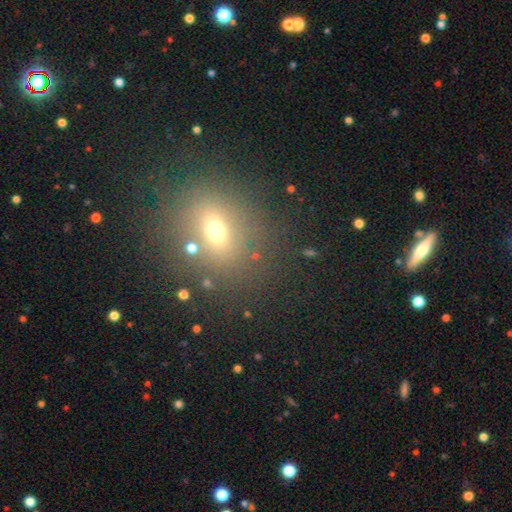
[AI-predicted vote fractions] This appears to be a smooth galaxy with no disk features (60%) that is round (58%). Merging: none (77%).